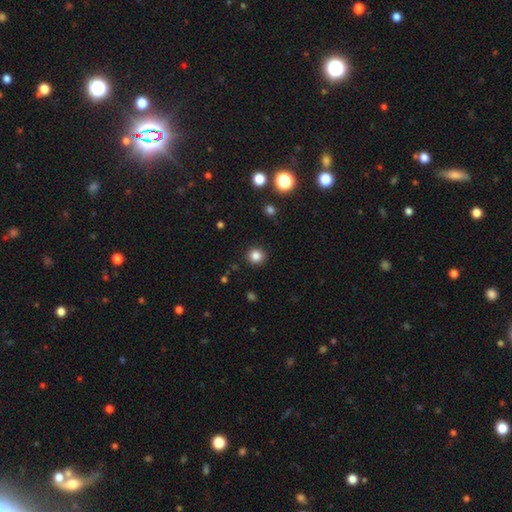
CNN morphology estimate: The model was most divided on "smooth or featured": smooth: 84%, star or artifact: 12%, featured or disk: 4%. More confident: how rounded — round (92%); merging — none (91%).